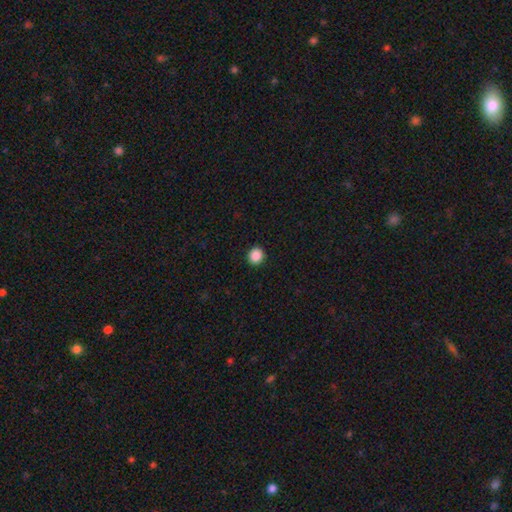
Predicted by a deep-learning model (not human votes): Smooth or featured? Predicted: smooth (p=0.88). How rounded? Predicted: round (p=0.89). Merging? Predicted: none (p=0.93).